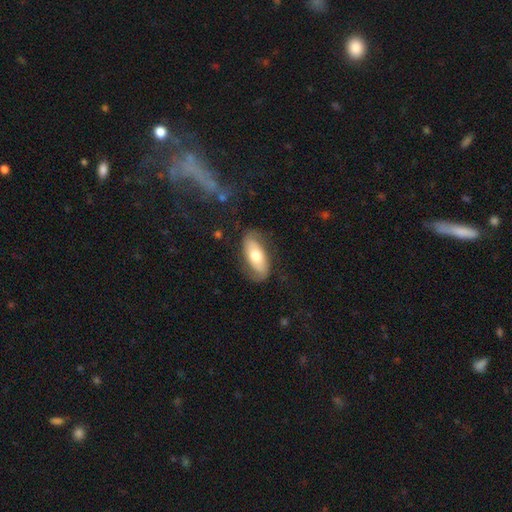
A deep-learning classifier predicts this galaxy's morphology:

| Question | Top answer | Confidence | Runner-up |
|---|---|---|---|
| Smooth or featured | smooth | 50% | featured or disk (44%) |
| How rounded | in between | 84% | cigar-shaped (13%) |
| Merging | none | 74% | minor disturbance (17%) |